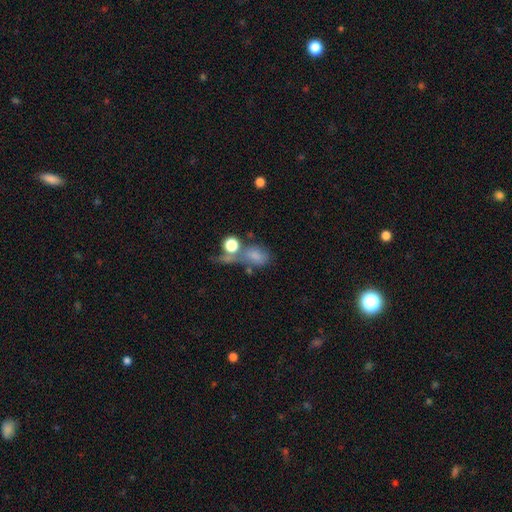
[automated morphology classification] type=smooth (62%); roundness=in between (60%); merging=none (37%).